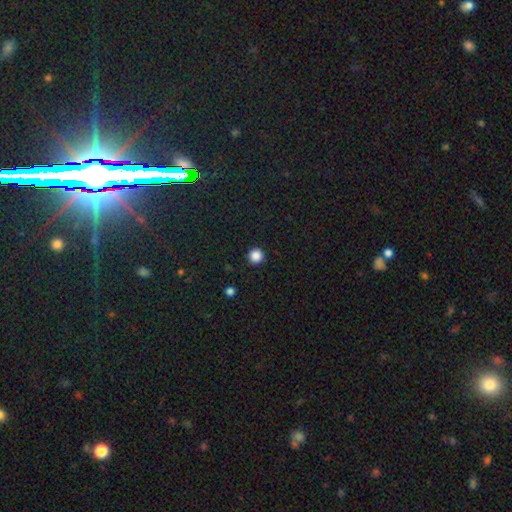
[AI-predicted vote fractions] smooth 87%, star or artifact 11%, featured or disk 3%. Down the decision tree: how rounded — round (96%); merging — none (93%).